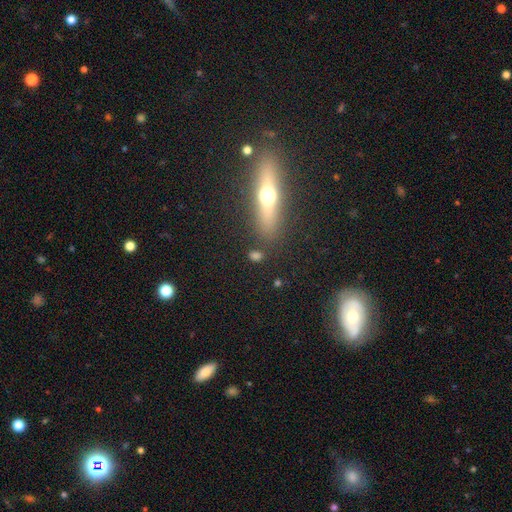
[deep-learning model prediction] This is likely a smooth galaxy (62%). How rounded: possibly in between (51%). Merging: likely none (73%).